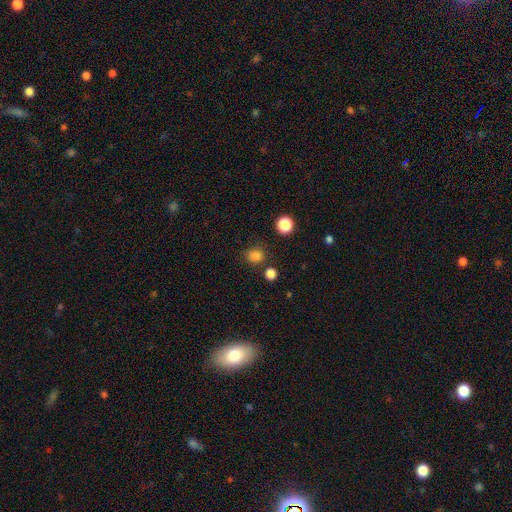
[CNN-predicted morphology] smooth-or-featured: smooth: 82% | star or artifact: 15% | featured or disk: 4%
  how-rounded: round: 80% | in between: 19% | cigar-shaped: 1%
  merging: none: 80% | minor disturbance: 10% | merger: 6% | major disturbance: 4%